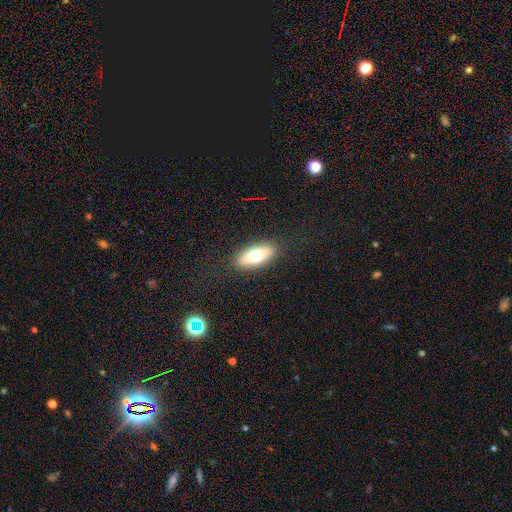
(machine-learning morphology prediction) Smooth or featured: smooth — 69% (featured or disk — 23%)
How rounded: in between — 81% (cigar-shaped — 16%)
Merging: none — 87% (minor disturbance — 9%)